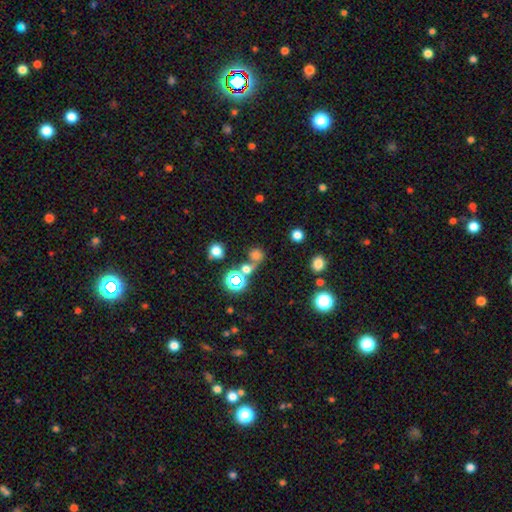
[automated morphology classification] Smooth or featured? Predicted: smooth (p=0.53). How rounded? Predicted: round (p=0.77). Merging? Predicted: none (p=0.53).